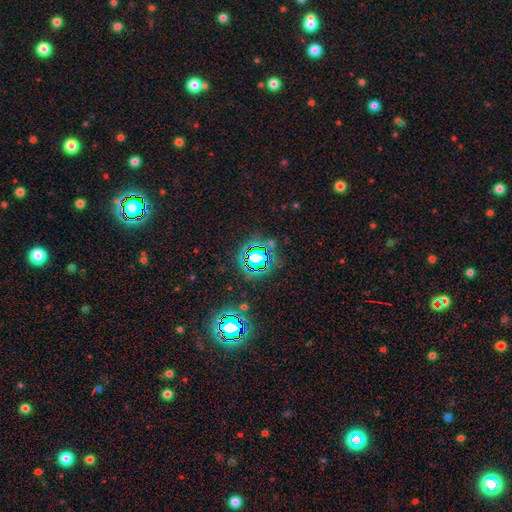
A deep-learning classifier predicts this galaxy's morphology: Q: Smooth or featured?
A: star or artifact (64%); runner-up: smooth (25%)